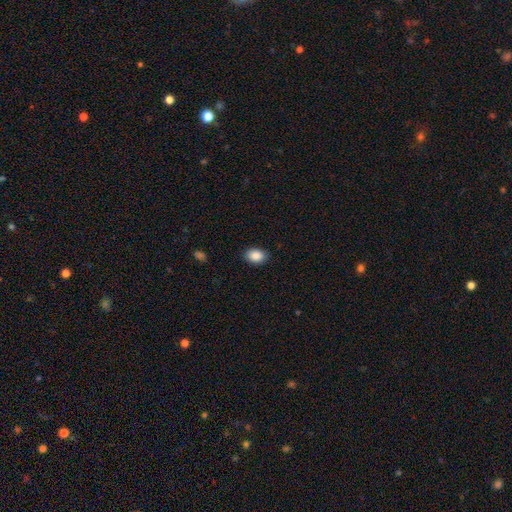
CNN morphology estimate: smooth_or_featured: smooth (p=0.89) [alt: star or artifact p=0.08]
how_rounded: in between (p=0.80) [alt: round p=0.19]
merging: none (p=0.87) [alt: minor disturbance p=0.10]